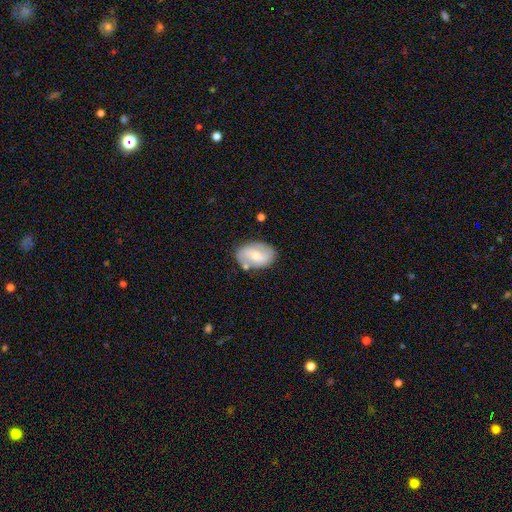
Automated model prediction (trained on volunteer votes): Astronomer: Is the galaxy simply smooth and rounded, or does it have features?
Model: featured or disk — 58% (runner-up: smooth, 36%).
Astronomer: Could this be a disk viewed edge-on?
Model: no — 96%.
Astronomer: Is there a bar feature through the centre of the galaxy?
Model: weak — 44% (runner-up: no, 41%).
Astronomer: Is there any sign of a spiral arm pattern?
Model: yes — 82%.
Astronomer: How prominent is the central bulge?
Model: small — 47%, tied with moderate at 47%.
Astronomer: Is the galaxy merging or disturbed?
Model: none — 76%.